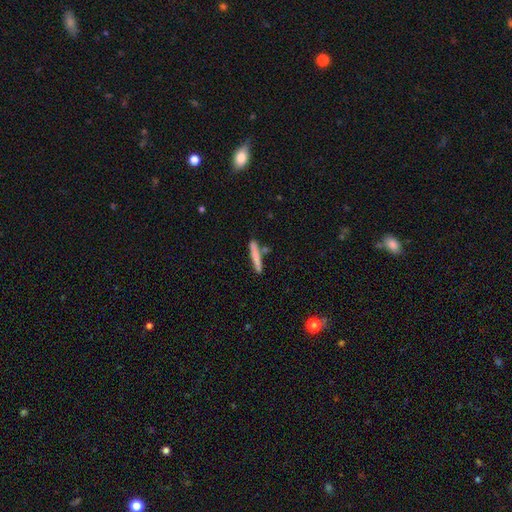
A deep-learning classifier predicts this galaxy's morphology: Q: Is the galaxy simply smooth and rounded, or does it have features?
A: smooth — 74%.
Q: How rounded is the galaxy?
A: cigar-shaped — 94%.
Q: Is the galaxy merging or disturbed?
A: none — 78%.